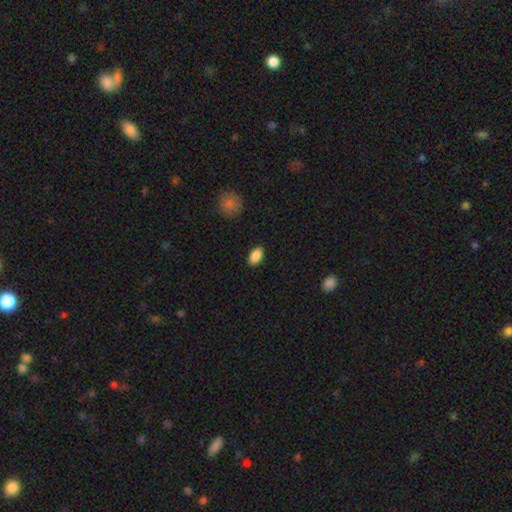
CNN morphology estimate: This is clearly a smooth galaxy (88%). How rounded: clearly in between (92%). Merging: clearly none (88%).